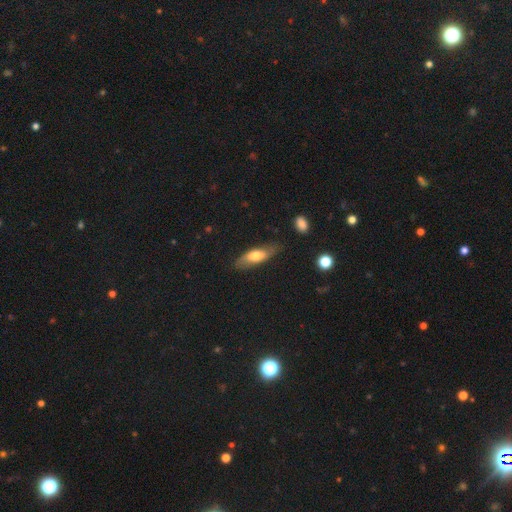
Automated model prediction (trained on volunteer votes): This appears to be a smooth galaxy with no disk features (62%) that is in between round and cigar-shaped (58%). Merging: none (75%).